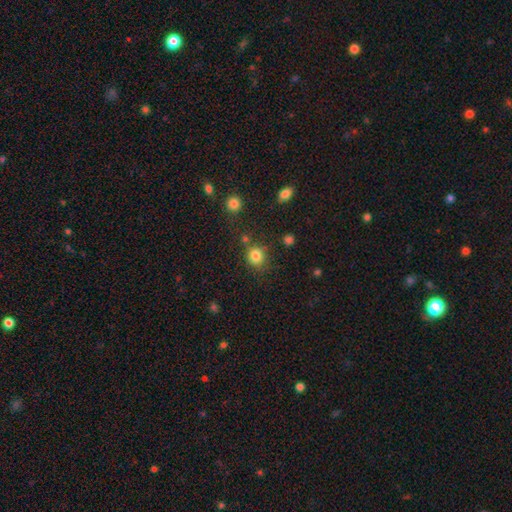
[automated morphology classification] Smooth or featured? Predicted: smooth (p=0.82). How rounded? Predicted: round (p=0.84). Merging? Predicted: none (p=0.75).